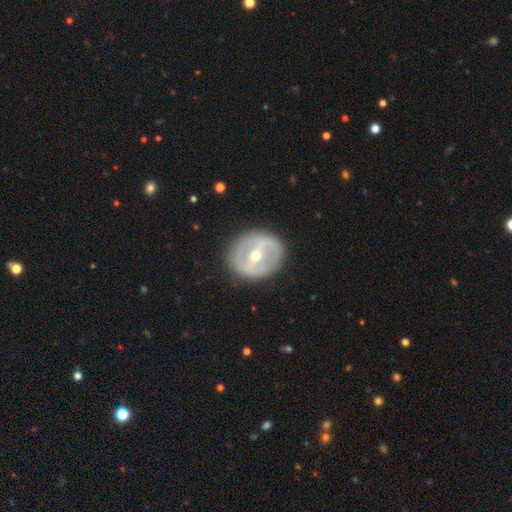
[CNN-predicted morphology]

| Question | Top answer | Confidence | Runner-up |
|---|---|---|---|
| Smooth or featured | featured or disk | 74% | smooth (21%) |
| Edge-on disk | no | 95% | yes (5%) |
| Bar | strong | 51% | weak (33%) |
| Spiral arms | no | 62% | yes (38%) |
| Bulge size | moderate | 61% | small (36%) |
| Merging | none | 85% | minor disturbance (10%) |